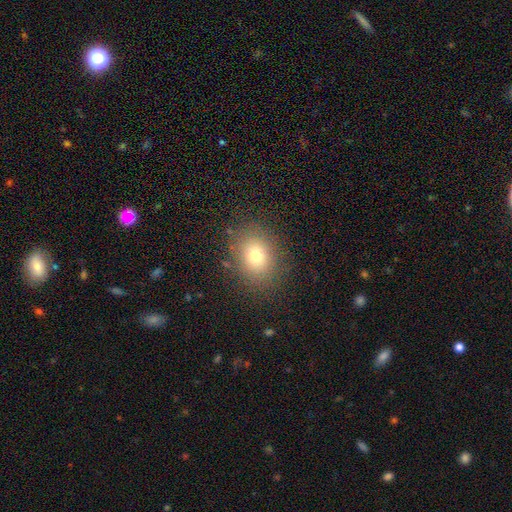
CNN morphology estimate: smooth_or_featured: smooth (p=0.77) [alt: star or artifact p=0.13]
how_rounded: in between (p=0.58) [alt: round p=0.41]
merging: none (p=0.85) [alt: minor disturbance p=0.10]